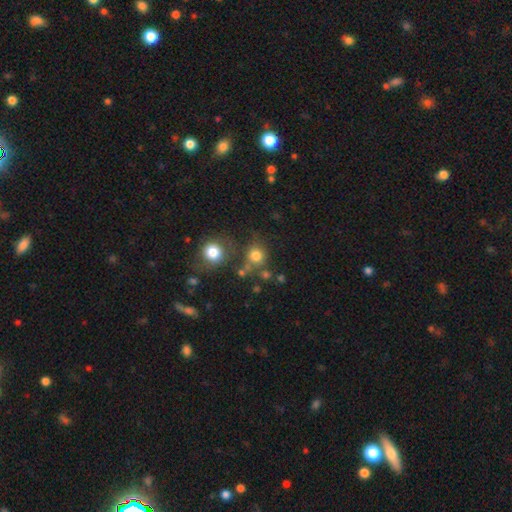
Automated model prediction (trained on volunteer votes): Q: Smooth or featured?
A: smooth (78%); runner-up: star or artifact (14%)
Q: How rounded?
A: round (88%); runner-up: in between (11%)
Q: Merging?
A: none (63%); runner-up: merger (18%)